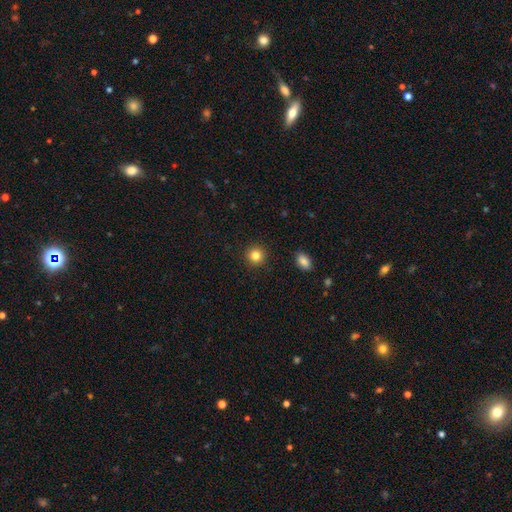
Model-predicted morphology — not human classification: Smooth or featured? Predicted: smooth (p=0.83). How rounded? Predicted: round (p=0.93). Merging? Predicted: none (p=0.92).